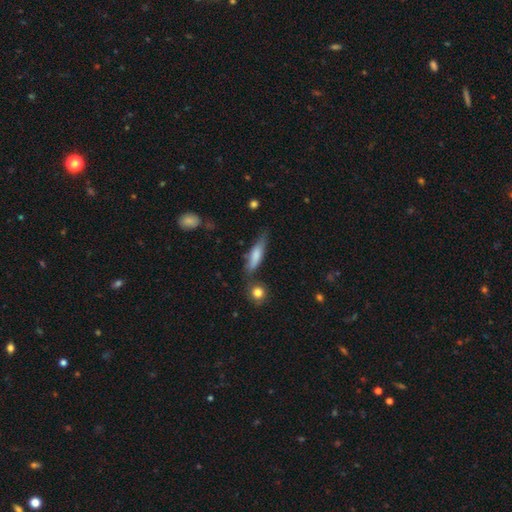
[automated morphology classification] Q: Smooth or featured?
A: smooth (70%); runner-up: featured or disk (24%)
Q: How rounded?
A: cigar-shaped (67%); runner-up: in between (31%)
Q: Merging?
A: none (64%); runner-up: minor disturbance (23%)